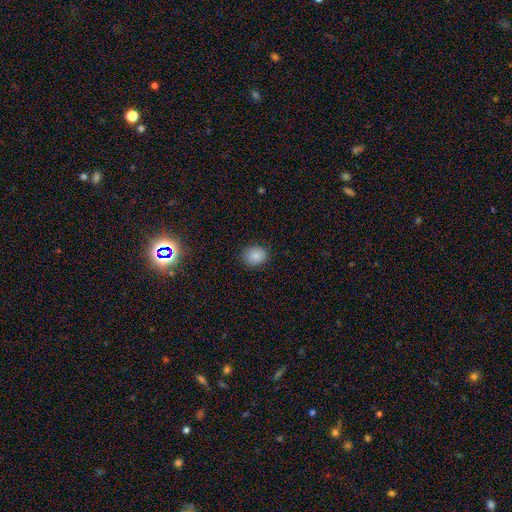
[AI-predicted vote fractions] smooth 85%, star or artifact 10%, featured or disk 5%. Down the decision tree: how rounded — round (59%); merging — none (87%).